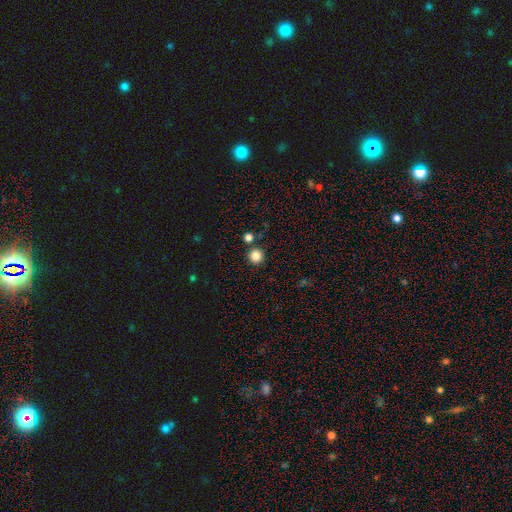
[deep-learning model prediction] A smooth galaxy with no disk features (85%) that is round (95%). Merging: none (87%).